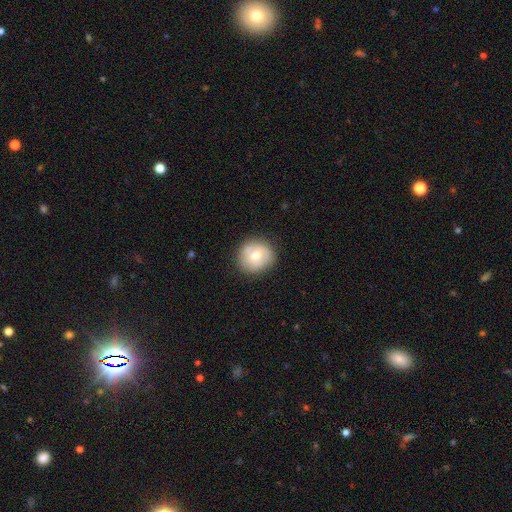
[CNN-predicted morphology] smooth-or-featured: smooth: 58% | featured or disk: 34% | star or artifact: 8%
  how-rounded: round: 87% | in between: 12% | cigar-shaped: 1%
  merging: none: 81% | minor disturbance: 14% | major disturbance: 4% | merger: 1%